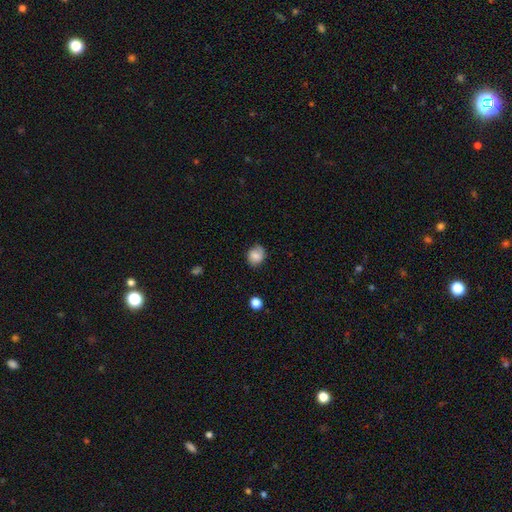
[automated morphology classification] Q: Smooth or featured?
A: smooth (75%); runner-up: featured or disk (16%)
Q: How rounded?
A: round (60%); runner-up: in between (40%)
Q: Merging?
A: none (71%); runner-up: minor disturbance (22%)